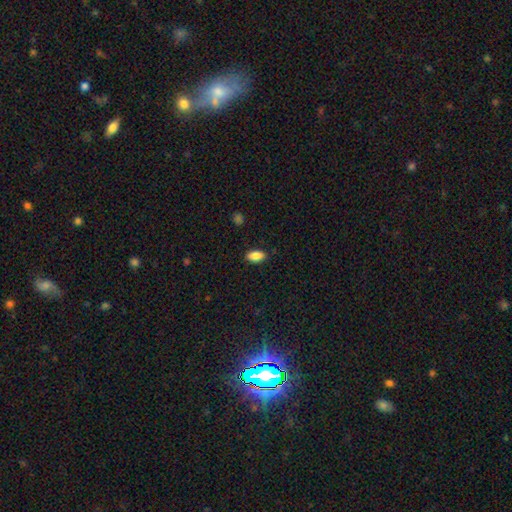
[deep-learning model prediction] The model was most divided on "merging": none: 87%, minor disturbance: 10%, major disturbance: 2%, merger: 1%. More confident: how rounded — in between (91%); smooth or featured — smooth (87%).